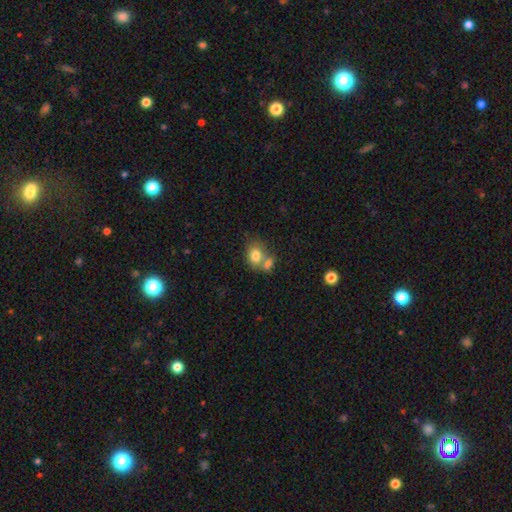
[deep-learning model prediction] Morphology: type=smooth (77%); roundness=in between (59%); merging=merger (51%).